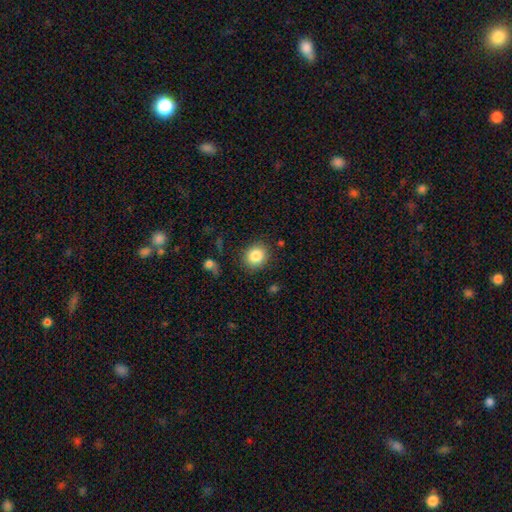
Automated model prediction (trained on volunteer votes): This appears to be a smooth galaxy with no disk features (85%) that is round (78%). Merging: none (87%).